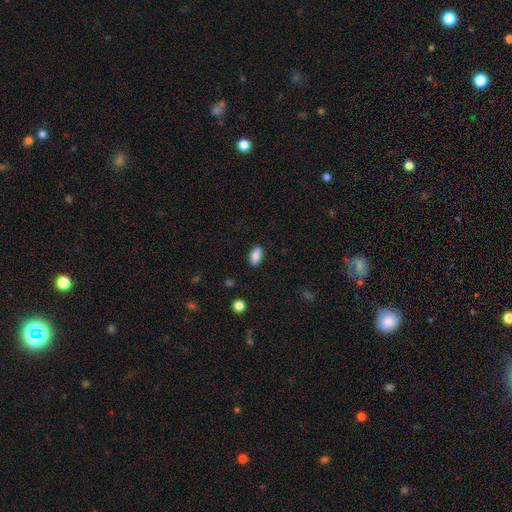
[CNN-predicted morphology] This is clearly a smooth galaxy (88%). How rounded: clearly in between (92%). Merging: clearly none (88%).